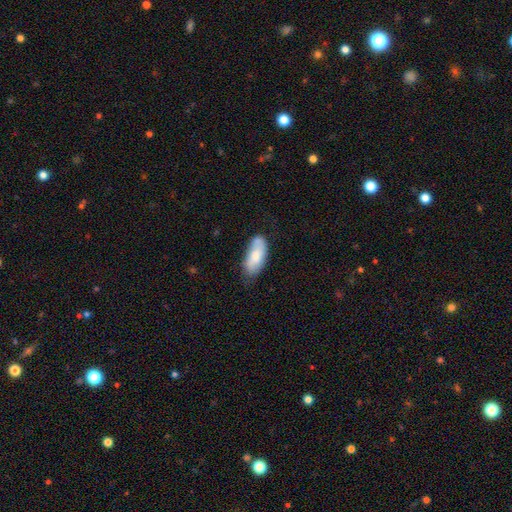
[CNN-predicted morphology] The model was most divided on "merging": none: 61%, minor disturbance: 29%, major disturbance: 6%, merger: 4%. More confident: how rounded — in between (87%); smooth or featured — smooth (72%).